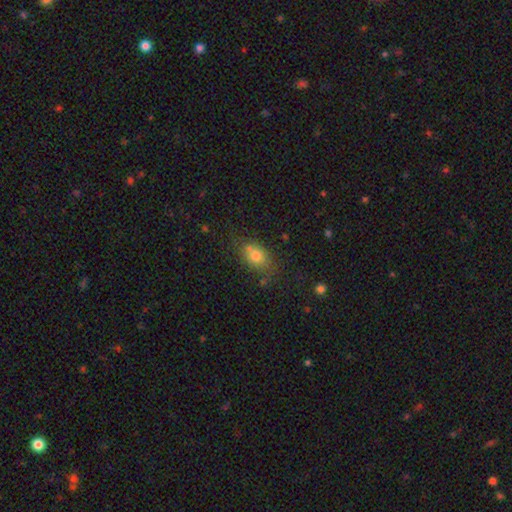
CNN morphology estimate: smooth_or_featured: smooth (p=0.74) [alt: featured or disk p=0.14]
how_rounded: in between (p=0.72) [alt: round p=0.26]
merging: none (p=0.62) [alt: minor disturbance p=0.20]